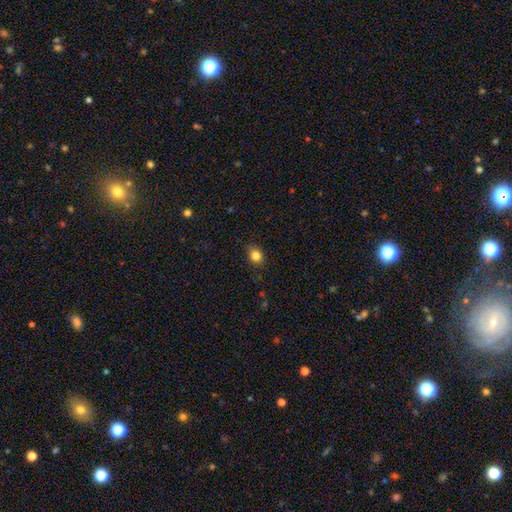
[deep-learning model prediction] Smooth or featured?
  - smooth: 83% *
  - star or artifact: 11%
  - featured or disk: 6%
How rounded?
  - round: 67% *
  - in between: 32%
  - cigar-shaped: 1%
Merging?
  - none: 79% *
  - minor disturbance: 17%
  - major disturbance: 3%
  - merger: 1%